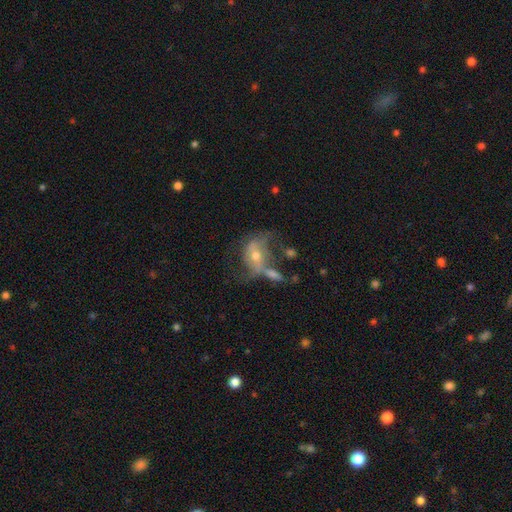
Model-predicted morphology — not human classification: type=featured or disk (67%); edge-on=no (93%); bar=no (50%); spiral arms=yes (69%); bulge=moderate (57%); merging=none (29%, tied with merger).